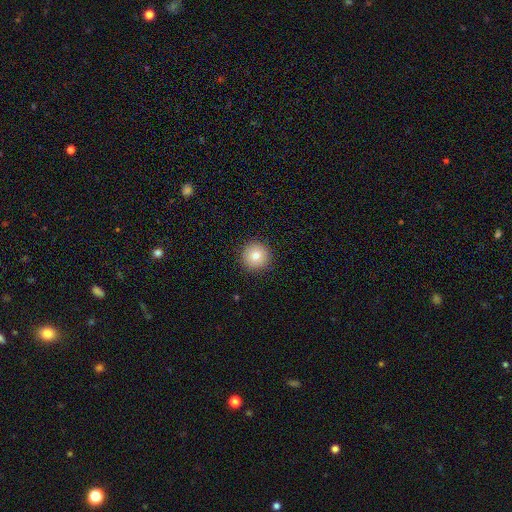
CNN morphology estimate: Overall: smooth (82%). How rounded: round (96%). Merging: none (92%).